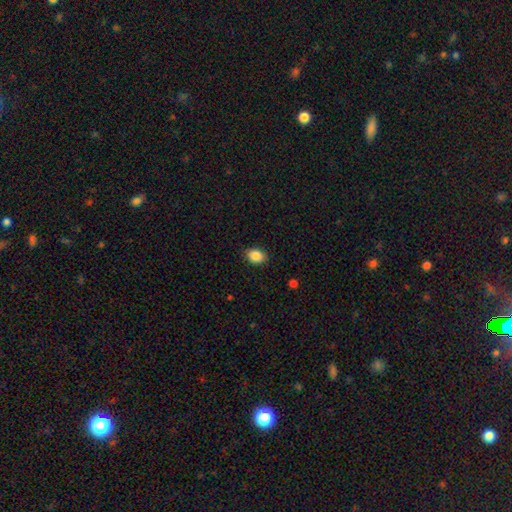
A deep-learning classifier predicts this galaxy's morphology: smooth 88%, star or artifact 8%, featured or disk 4%. Down the decision tree: how rounded — in between (70%); merging — none (87%).